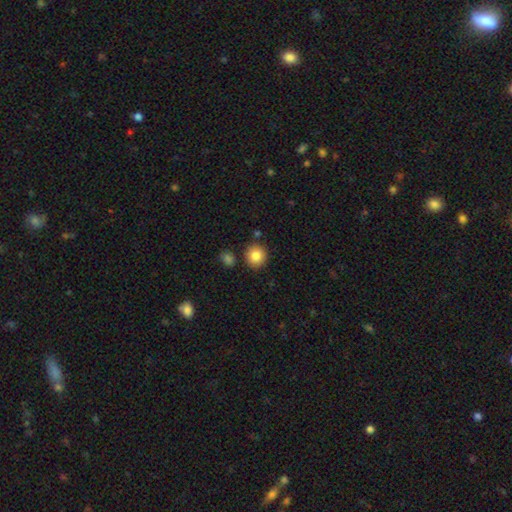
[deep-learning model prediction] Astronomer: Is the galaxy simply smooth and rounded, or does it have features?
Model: smooth — 85%.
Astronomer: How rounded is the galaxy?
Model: round — 88%.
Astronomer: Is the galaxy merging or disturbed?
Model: none — 85%.